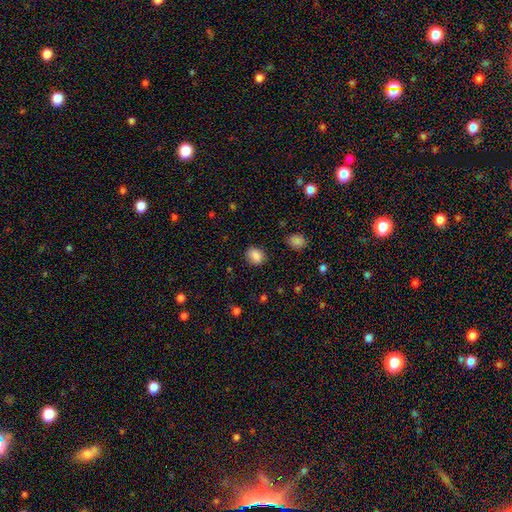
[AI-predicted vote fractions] Smooth or featured? smooth (85%)
How rounded? round (50%)
Merging? none (83%)